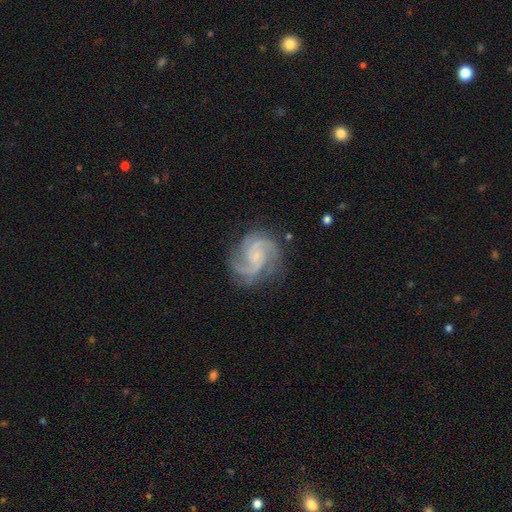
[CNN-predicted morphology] Smooth or featured? featured or disk (92%)
Edge-on disk? no (98%)
Bar? no (61%)
Spiral arms? yes (99%)
Spiral winding? medium (52%)
Spiral arm count? 2 (42%)
Bulge size? small (68%)
Merging? none (80%)